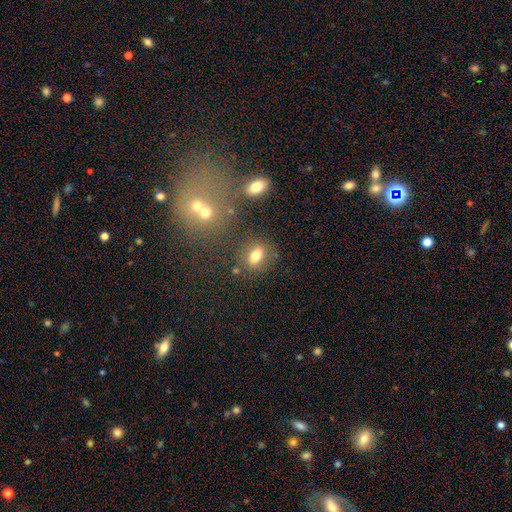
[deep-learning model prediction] Overall: smooth (75%). How rounded: in between (70%). Merging: none (74%).